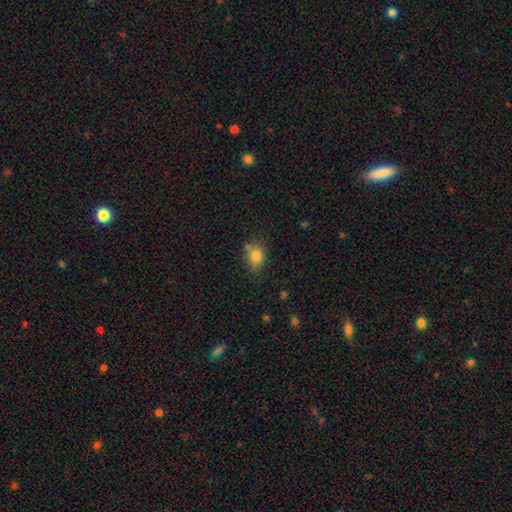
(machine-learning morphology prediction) smooth 82%, star or artifact 10%, featured or disk 8%. Down the decision tree: how rounded — in between (55%); merging — none (65%).